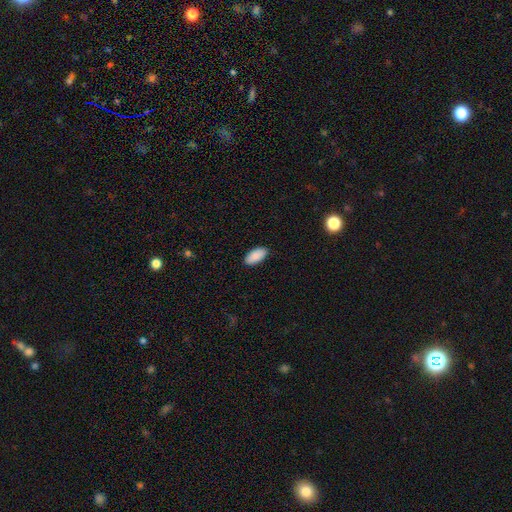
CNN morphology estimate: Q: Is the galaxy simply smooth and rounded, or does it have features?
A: smooth — 90%.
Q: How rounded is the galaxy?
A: in between — 93%.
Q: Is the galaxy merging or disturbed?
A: none — 89%.